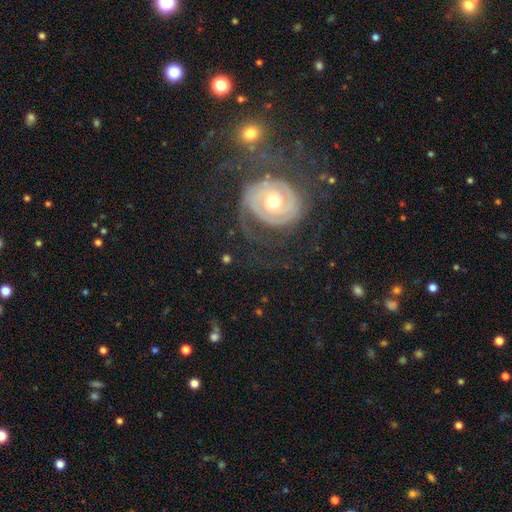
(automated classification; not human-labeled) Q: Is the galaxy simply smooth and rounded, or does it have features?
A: featured or disk — 69%.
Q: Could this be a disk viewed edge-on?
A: no — 96%.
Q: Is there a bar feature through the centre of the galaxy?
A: no — 66%.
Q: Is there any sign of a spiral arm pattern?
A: yes — 61%.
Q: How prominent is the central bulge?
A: moderate — 66%.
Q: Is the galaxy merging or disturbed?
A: none — 61%.